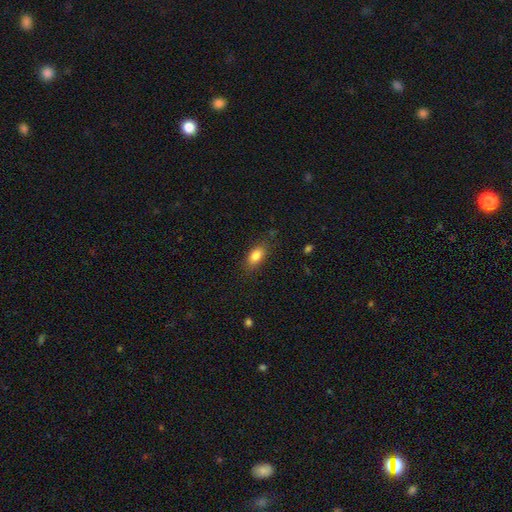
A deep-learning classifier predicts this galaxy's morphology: type=smooth (83%); roundness=in between (86%); merging=none (81%).